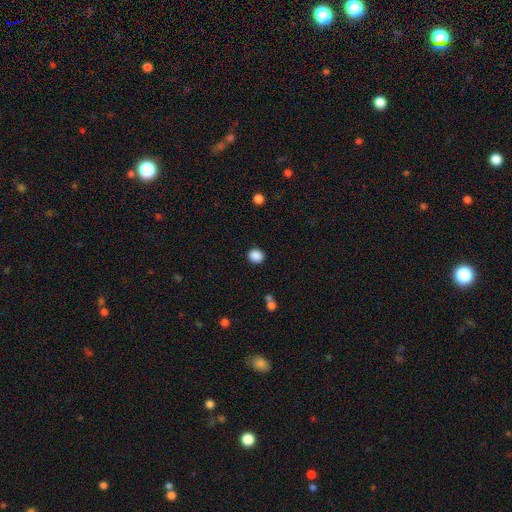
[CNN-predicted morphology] Overall: smooth (88%). How rounded: round (71%). Merging: none (89%).